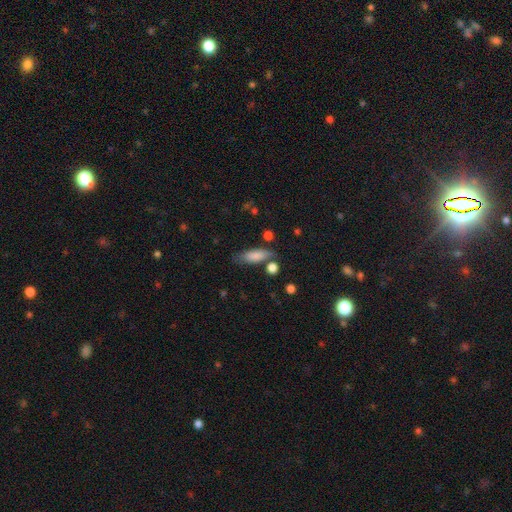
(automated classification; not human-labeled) smooth 81%, featured or disk 12%, star or artifact 7%. Down the decision tree: how rounded — in between (63%); merging — none (66%).